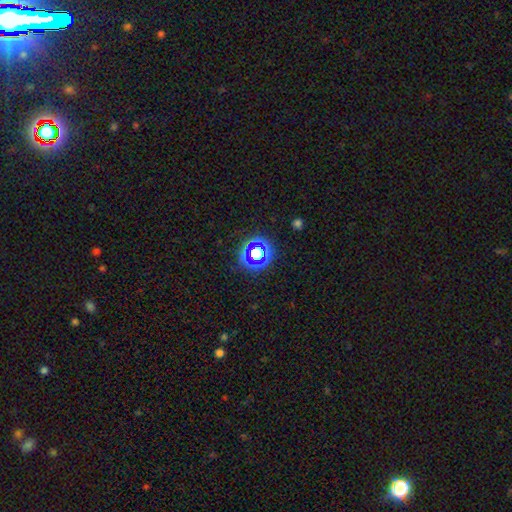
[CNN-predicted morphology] smooth-or-featured: star or artifact: 58% | smooth: 30% | featured or disk: 12%